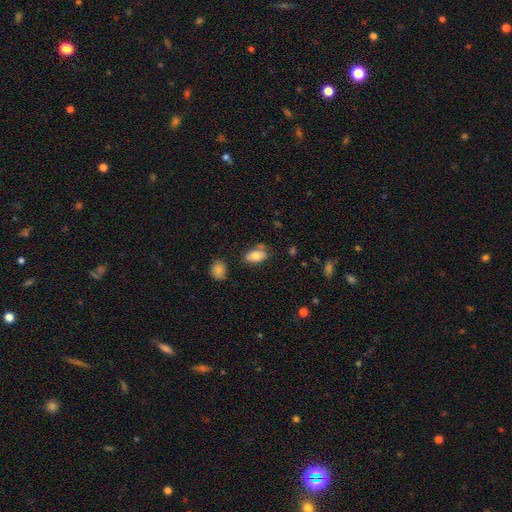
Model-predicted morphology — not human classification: type=smooth (76%); roundness=in between (91%); merging=none (63%).